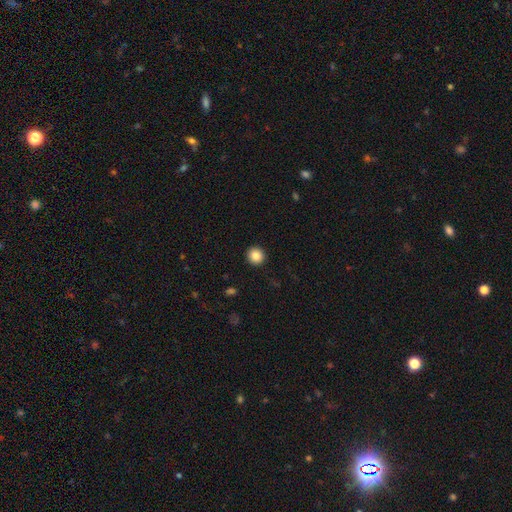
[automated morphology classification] Overall: smooth (86%). How rounded: round (95%). Merging: none (93%).